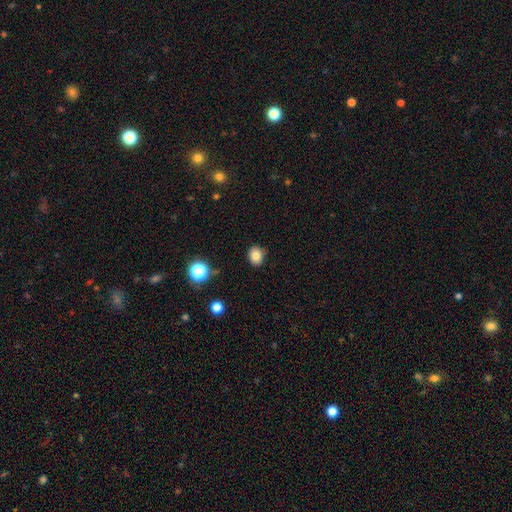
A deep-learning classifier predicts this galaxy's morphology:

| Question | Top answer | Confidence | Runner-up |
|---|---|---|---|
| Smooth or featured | smooth | 80% | star or artifact (12%) |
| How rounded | round | 59% | in between (40%) |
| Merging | none | 84% | minor disturbance (12%) |